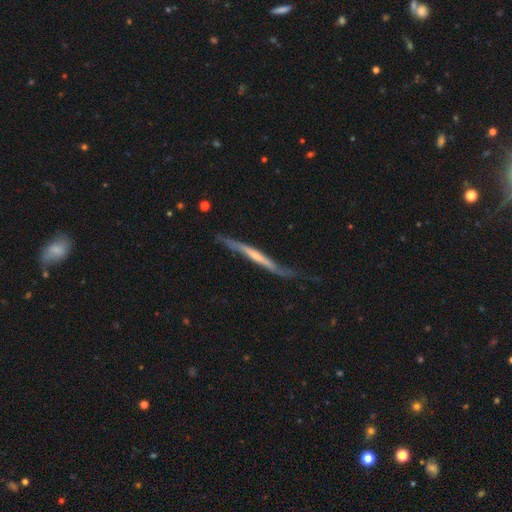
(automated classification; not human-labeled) Morphology: type=featured or disk (66%); edge-on=yes (87%); edge-on bulge=none (66%); merging=none (56%).